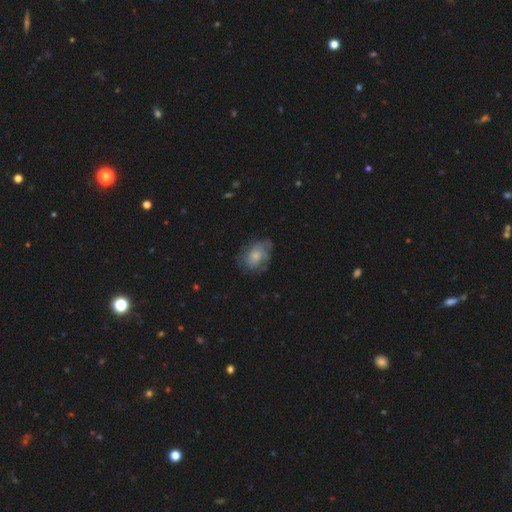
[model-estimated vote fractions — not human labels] The model was most divided on "smooth or featured": smooth: 56%, featured or disk: 36%, star or artifact: 8%. More confident: how rounded — in between (73%); merging — none (55%).